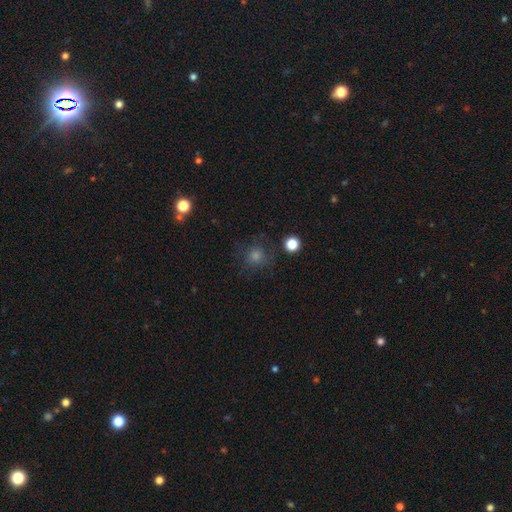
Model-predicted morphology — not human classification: A smooth galaxy with no disk features (61%) that is round (91%). Merging: none (80%).